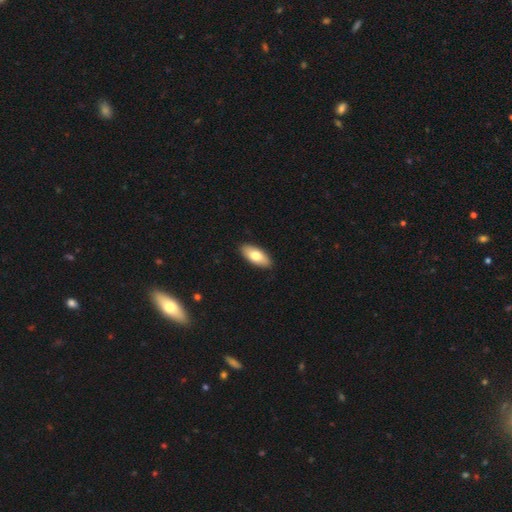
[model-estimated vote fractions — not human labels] Q: Smooth or featured?
A: smooth (75%); runner-up: featured or disk (19%)
Q: How rounded?
A: in between (88%); runner-up: cigar-shaped (10%)
Q: Merging?
A: none (90%); runner-up: minor disturbance (8%)